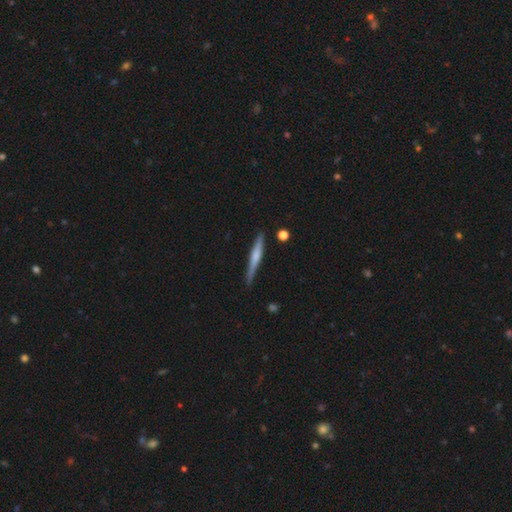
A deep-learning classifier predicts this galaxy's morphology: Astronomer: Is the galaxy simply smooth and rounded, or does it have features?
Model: featured or disk — 50% (runner-up: smooth, 44%).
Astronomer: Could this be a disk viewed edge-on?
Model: yes — 97%.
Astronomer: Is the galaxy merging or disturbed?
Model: none — 83%.